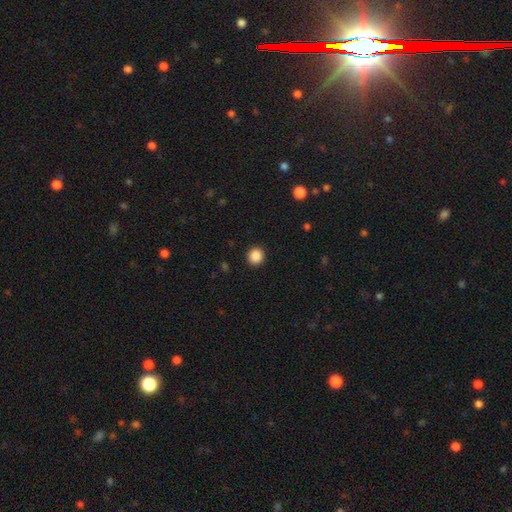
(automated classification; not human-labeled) A smooth galaxy with no disk features (88%) that is round (89%). Merging: none (92%).